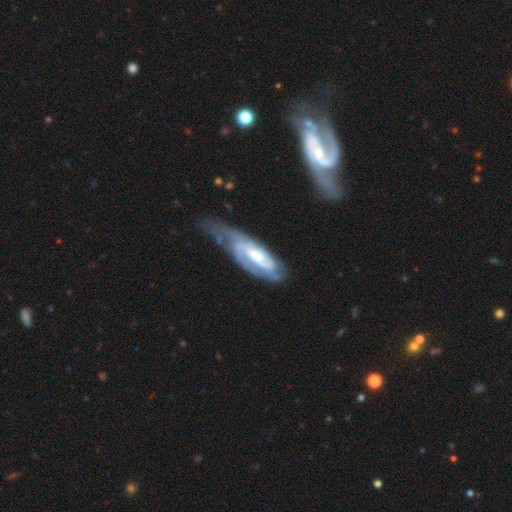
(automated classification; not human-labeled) The model was most divided on "bar": weak: 41%, no: 39%, strong: 20%. Remaining: spiral arms — yes (94%); edge-on disk — no (90%); smooth or featured — featured or disk (83%); spiral arm count — 2 (53%); spiral winding — tight (51%); bulge size — moderate (48%); merging — none (42%).